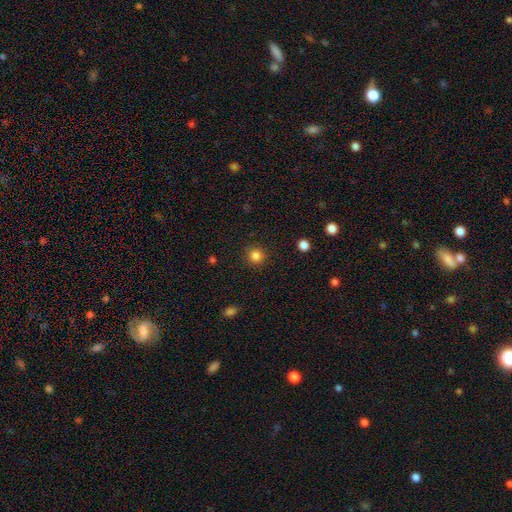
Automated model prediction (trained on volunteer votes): Q: Smooth or featured?
A: smooth (84%); runner-up: star or artifact (12%)
Q: How rounded?
A: round (94%); runner-up: in between (5%)
Q: Merging?
A: none (90%); runner-up: minor disturbance (6%)